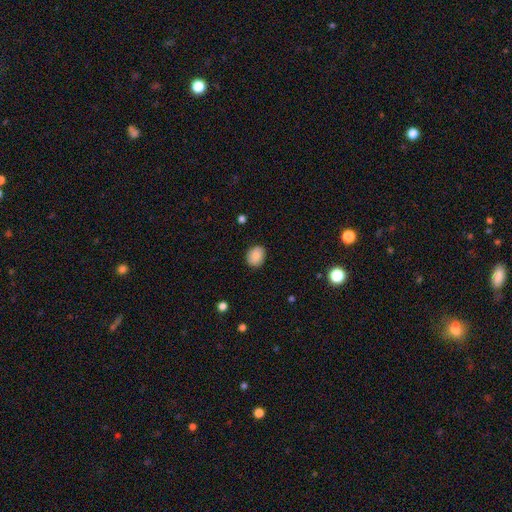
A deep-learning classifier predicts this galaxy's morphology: smooth_or_featured: smooth (p=0.82) [alt: featured or disk p=0.10]
how_rounded: round (p=0.56) [alt: in between p=0.43]
merging: none (p=0.85) [alt: minor disturbance p=0.11]